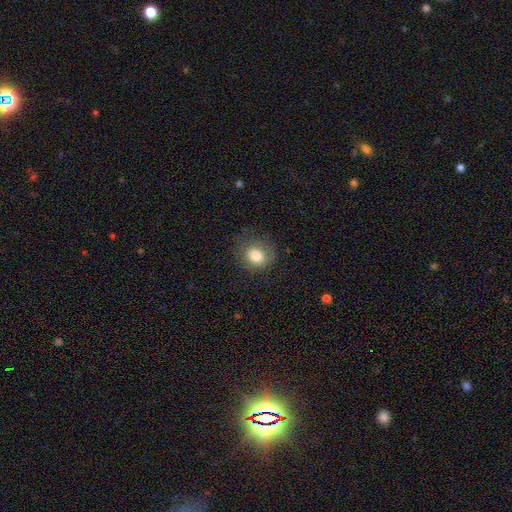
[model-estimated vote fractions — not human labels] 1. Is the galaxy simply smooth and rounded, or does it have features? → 80% smooth, 10% featured or disk, 10% star or artifact.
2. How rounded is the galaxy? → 76% round, 23% in between, 1% cigar-shaped.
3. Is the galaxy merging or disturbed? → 71% none, 19% minor disturbance, 9% major disturbance, 1% merger.